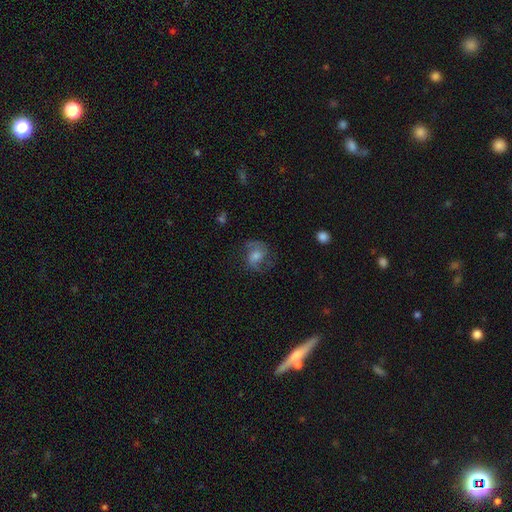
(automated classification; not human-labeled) This appears to be a featured or disk galaxy (60%) with no bar (57%), 2 (84%) medium (50%) spiral arms (89%) and a moderate central bulge (45%). Merging: none (66%).